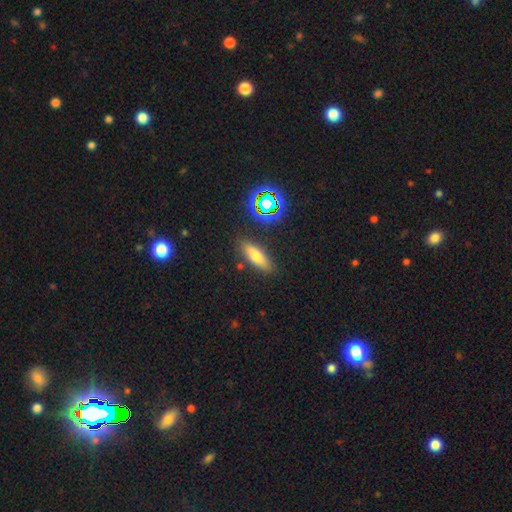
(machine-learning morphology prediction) Smooth or featured?
  - smooth: 66% *
  - star or artifact: 17%
  - featured or disk: 17%
How rounded?
  - in between: 60% *
  - cigar-shaped: 34%
  - round: 5%
Merging?
  - none: 85% *
  - minor disturbance: 10%
  - merger: 3%
  - major disturbance: 3%